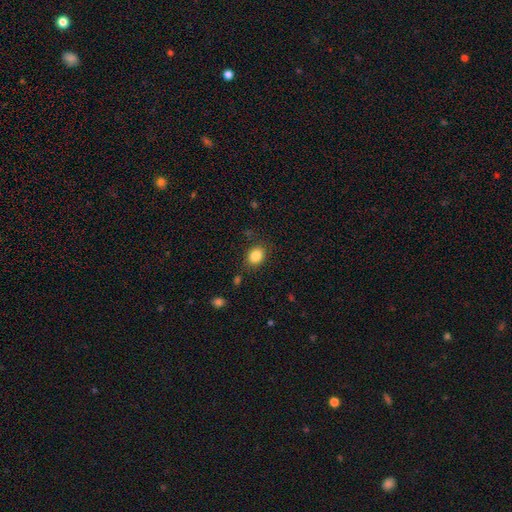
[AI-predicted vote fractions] Smooth or featured?
  - smooth: 85% *
  - star or artifact: 9%
  - featured or disk: 6%
How rounded?
  - in between: 51% *
  - round: 48%
  - cigar-shaped: 1%
Merging?
  - none: 83% *
  - minor disturbance: 11%
  - major disturbance: 3%
  - merger: 2%